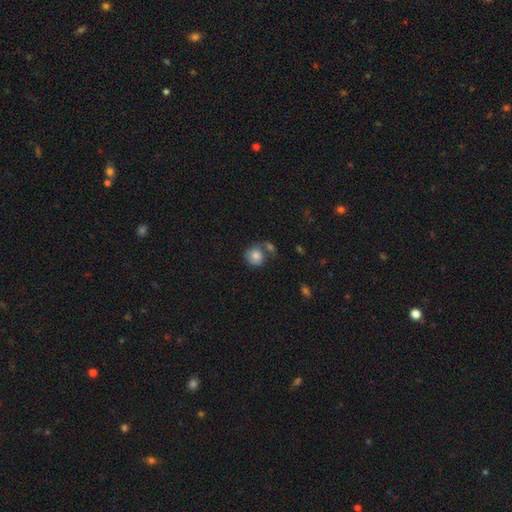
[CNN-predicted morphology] smooth-or-featured: smooth: 76% | featured or disk: 16% | star or artifact: 8%
  how-rounded: round: 81% | in between: 18% | cigar-shaped: 1%
  merging: none: 42% | merger: 32% | minor disturbance: 16% | major disturbance: 11%